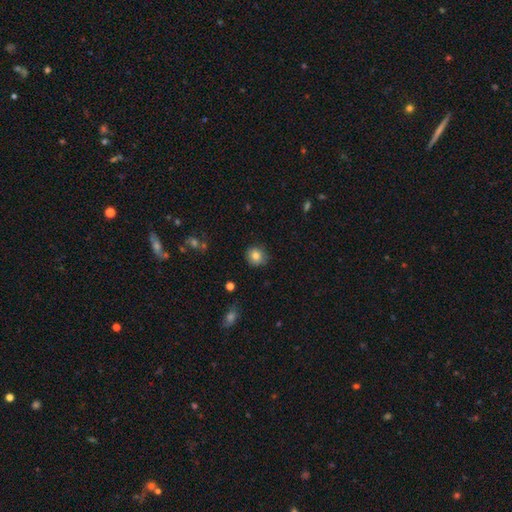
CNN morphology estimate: The model was most divided on "smooth or featured": smooth: 80%, featured or disk: 10%, star or artifact: 10%. More confident: how rounded — round (89%); merging — none (85%).